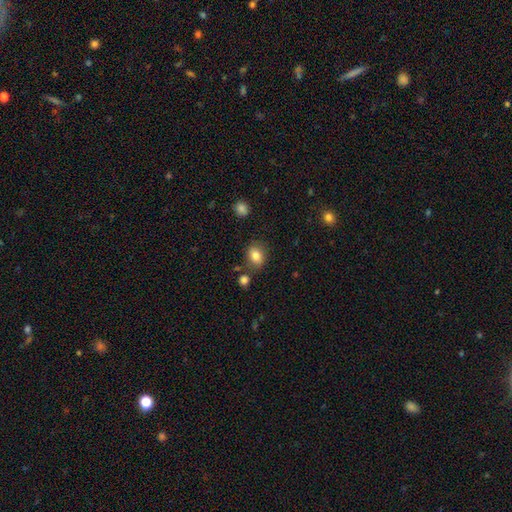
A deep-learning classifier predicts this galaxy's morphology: This appears to be a smooth galaxy with no disk features (82%) that is in between round and cigar-shaped (56%). Merging: none (77%).